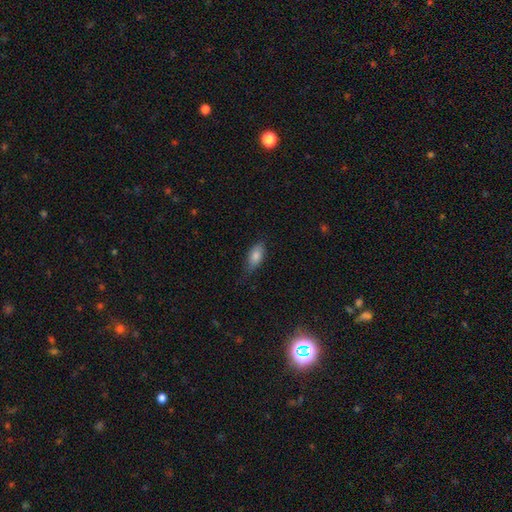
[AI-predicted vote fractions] smooth_or_featured: smooth (p=0.82) [alt: featured or disk p=0.10]
how_rounded: in between (p=0.87) [alt: cigar-shaped p=0.10]
merging: none (p=0.68) [alt: minor disturbance p=0.25]